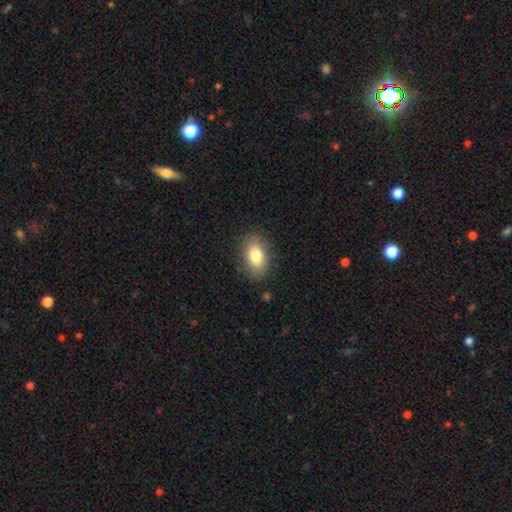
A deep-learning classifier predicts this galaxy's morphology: type=smooth (81%); roundness=in between (89%); merging=none (85%).